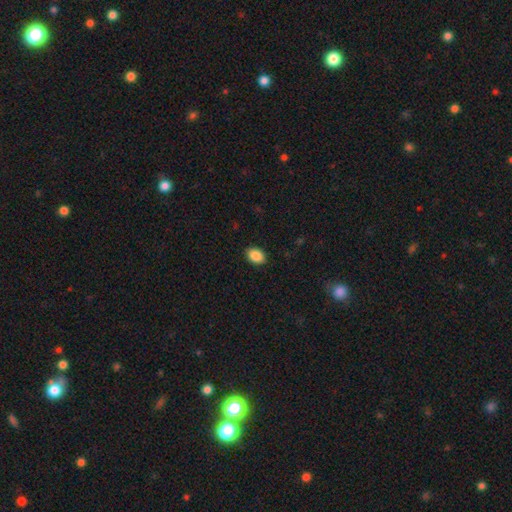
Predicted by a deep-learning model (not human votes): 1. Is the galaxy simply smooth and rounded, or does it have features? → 88% smooth, 8% star or artifact, 4% featured or disk.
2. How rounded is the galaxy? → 81% in between, 18% round, 1% cigar-shaped.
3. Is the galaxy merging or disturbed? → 90% none, 7% minor disturbance, 2% major disturbance, 1% merger.